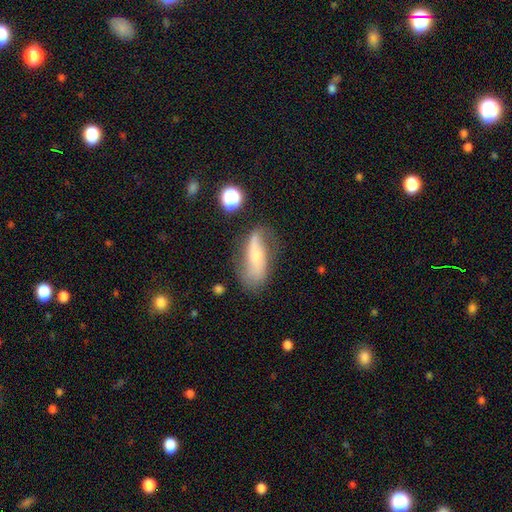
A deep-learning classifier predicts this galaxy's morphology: type=featured or disk (61%); edge-on=no (84%); bar=no (50%); spiral arms=yes (84%); bulge=small (52%); merging=none (60%).